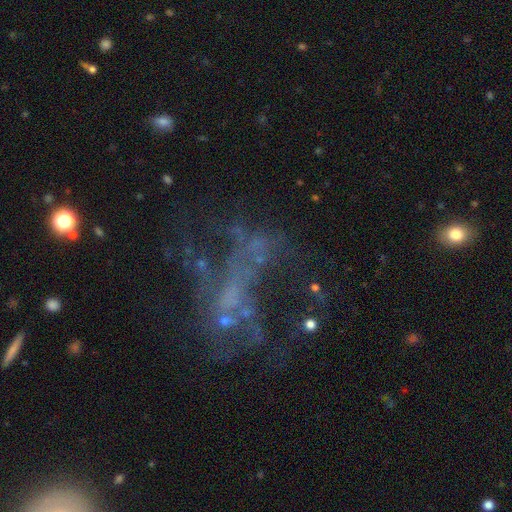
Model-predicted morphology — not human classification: This appears to be a featured or disk galaxy (57%) with no bar (84%), no spiral arms (87%) and no central bulge (77%). Merging: major disturbance (38%).